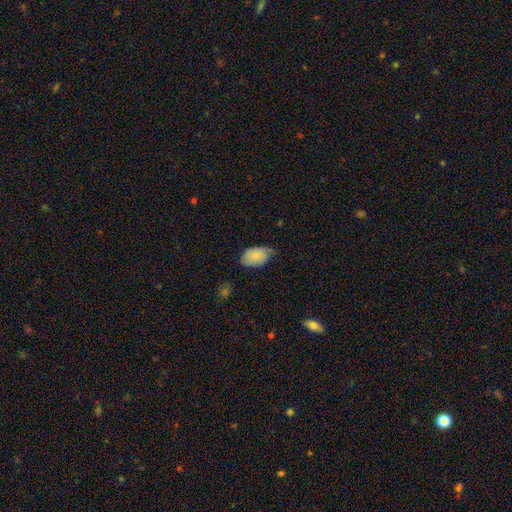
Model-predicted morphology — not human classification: Overall: smooth (73%). How rounded: in between (92%). Merging: none (50%; minor disturbance 39%).